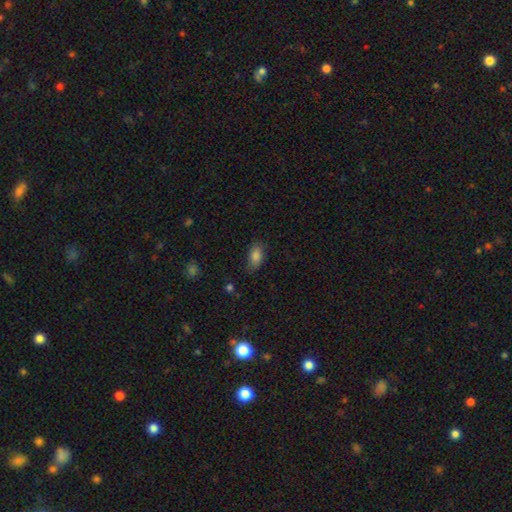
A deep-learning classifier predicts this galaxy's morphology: A smooth galaxy with no disk features (84%) that is in between round and cigar-shaped (90%). Merging: none (75%).